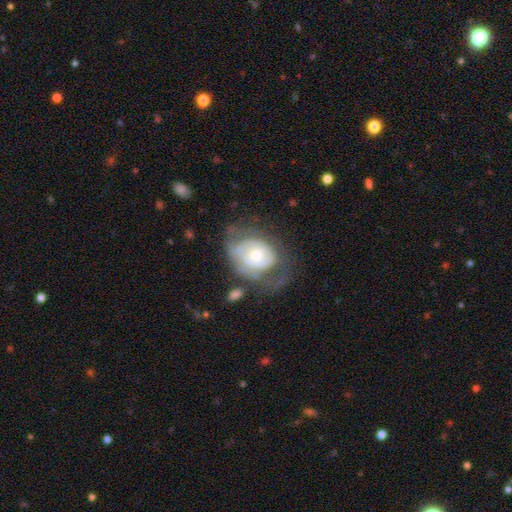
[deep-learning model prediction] This appears to be a featured or disk galaxy (58%) with no bar (82%), spiral arms (53%) and a moderate central bulge (46%). Merging: none (41%).